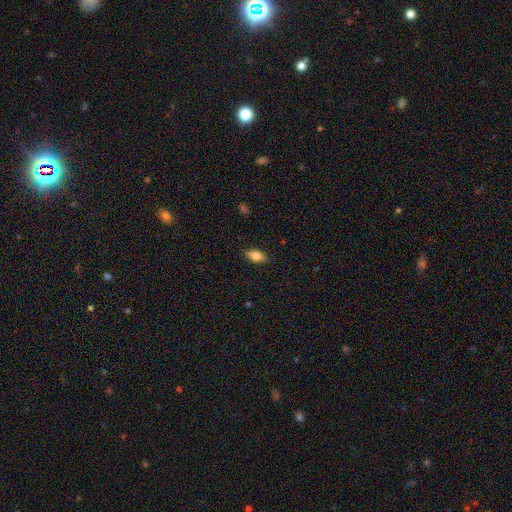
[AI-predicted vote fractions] Smooth or featured?
  - smooth: 78% *
  - featured or disk: 15%
  - star or artifact: 8%
How rounded?
  - in between: 84% *
  - cigar-shaped: 12%
  - round: 4%
Merging?
  - none: 86% *
  - minor disturbance: 11%
  - major disturbance: 2%
  - merger: 1%